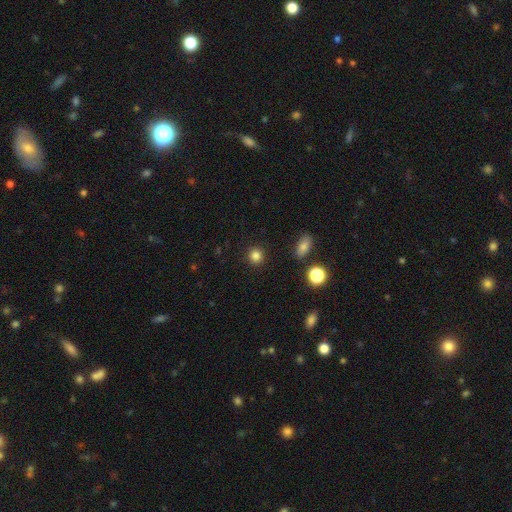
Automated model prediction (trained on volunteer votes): This appears to be a smooth galaxy with no disk features (84%) that is round (91%). Merging: none (91%).